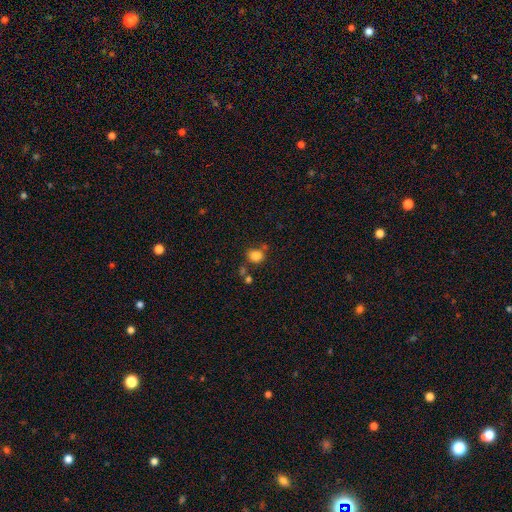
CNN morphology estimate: type=smooth (82%); roundness=round (60%); merging=none (64%).